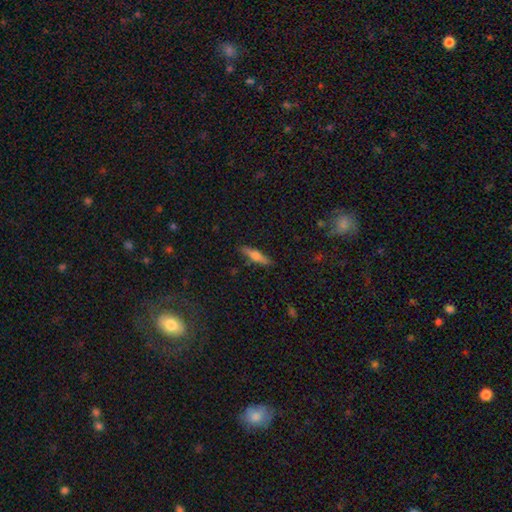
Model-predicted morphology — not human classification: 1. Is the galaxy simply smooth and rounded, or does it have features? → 57% smooth, 36% featured or disk, 7% star or artifact.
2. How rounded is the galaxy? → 78% cigar-shaped, 20% in between, 2% round.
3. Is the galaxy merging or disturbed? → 87% none, 10% minor disturbance, 2% major disturbance, 1% merger.